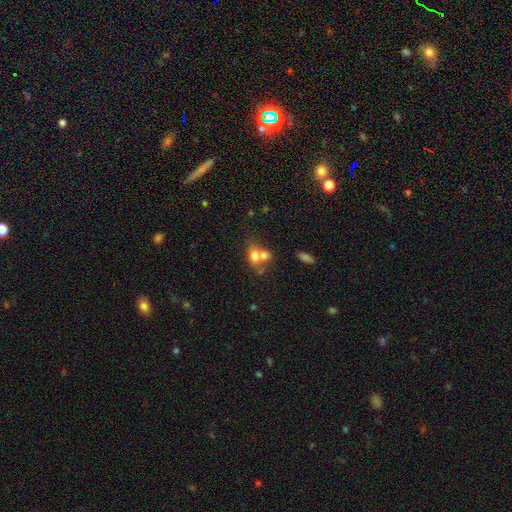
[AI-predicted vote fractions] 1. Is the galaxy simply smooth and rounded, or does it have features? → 68% smooth, 21% featured or disk, 11% star or artifact.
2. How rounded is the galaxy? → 64% in between, 33% round, 3% cigar-shaped.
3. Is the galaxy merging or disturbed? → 62% merger, 25% none, 8% minor disturbance, 5% major disturbance.